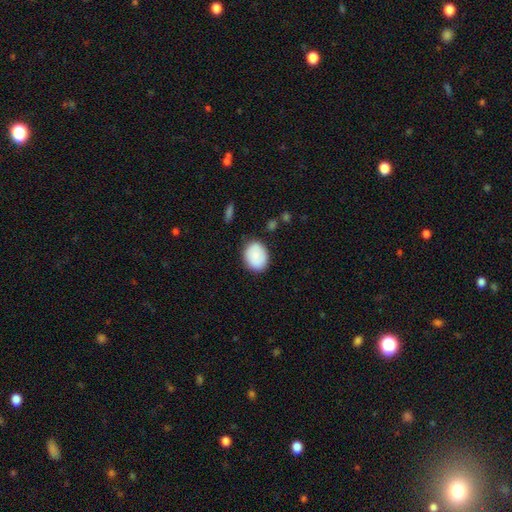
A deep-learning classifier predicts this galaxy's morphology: smooth_or_featured: smooth (p=0.87) [alt: featured or disk p=0.07]
how_rounded: in between (p=0.57) [alt: round p=0.42]
merging: none (p=0.83) [alt: minor disturbance p=0.13]